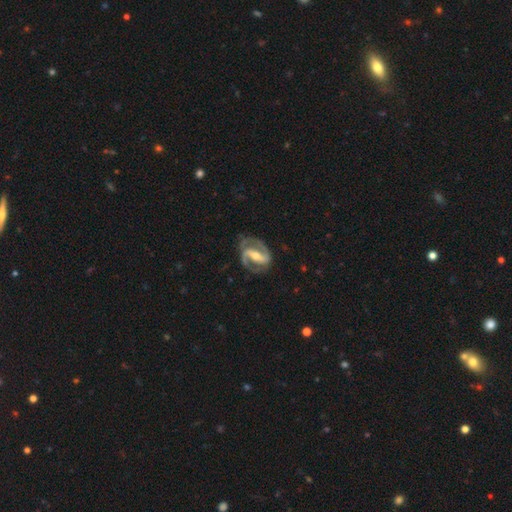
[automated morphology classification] smooth_or_featured: featured or disk (p=0.91) [alt: smooth p=0.05]
disk_edge_on: no (p=0.97) [alt: yes p=0.03]
bar: strong (p=0.60) [alt: weak p=0.28]
has_spiral_arms: yes (p=0.97) [alt: no p=0.03]
spiral_winding: medium (p=0.55) [alt: tight p=0.30]
spiral_arm_count: 2 (p=0.92) [alt: can't tell p=0.02]
bulge_size: moderate (p=0.59) [alt: small p=0.35]
merging: none (p=0.78) [alt: minor disturbance p=0.14]